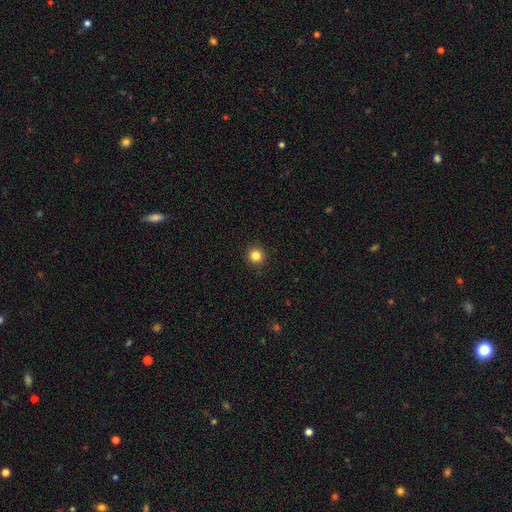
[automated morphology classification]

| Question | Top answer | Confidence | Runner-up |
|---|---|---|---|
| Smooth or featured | smooth | 84% | star or artifact (12%) |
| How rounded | round | 95% | in between (4%) |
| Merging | none | 93% | minor disturbance (4%) |